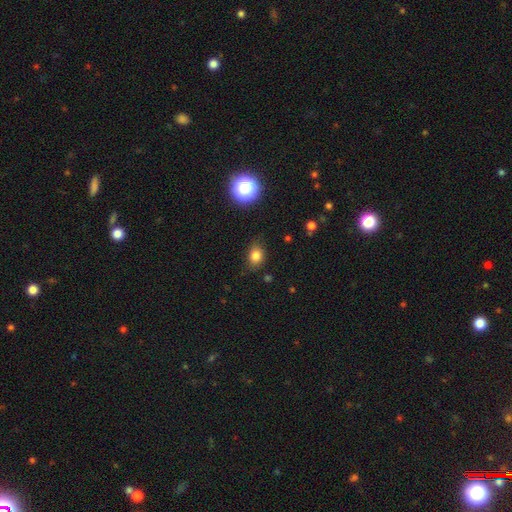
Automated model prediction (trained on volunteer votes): The model was most divided on "how rounded": in between: 56%, round: 43%, cigar-shaped: 1%. More confident: smooth or featured — smooth (80%); merging — none (80%).